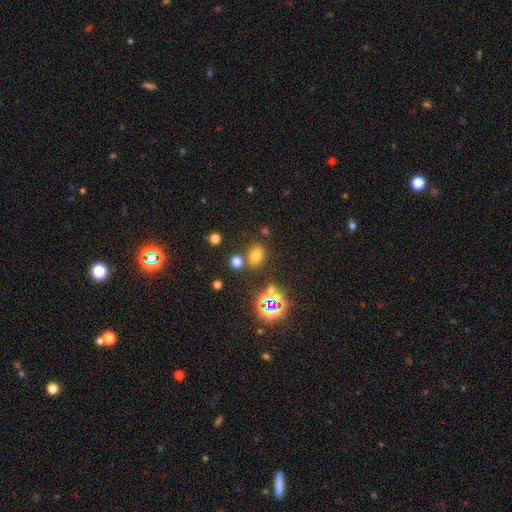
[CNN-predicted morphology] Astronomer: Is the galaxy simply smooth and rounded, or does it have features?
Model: smooth — 65%.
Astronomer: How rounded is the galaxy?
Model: in between — 59% (runner-up: round, 39%).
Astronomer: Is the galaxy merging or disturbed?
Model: none — 77%.